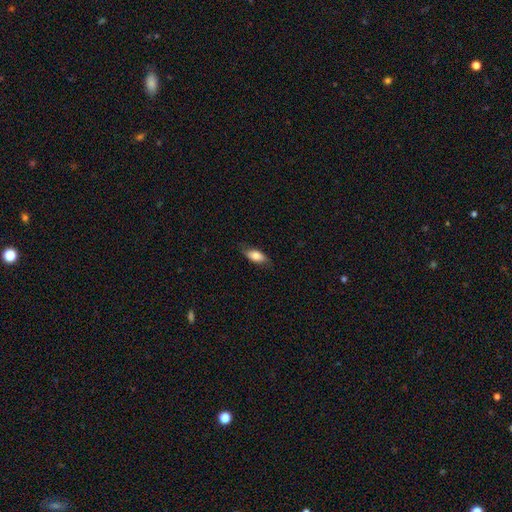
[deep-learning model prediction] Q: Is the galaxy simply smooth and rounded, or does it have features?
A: smooth — 77%.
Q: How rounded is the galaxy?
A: in between — 85%.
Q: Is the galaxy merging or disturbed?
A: none — 76%.